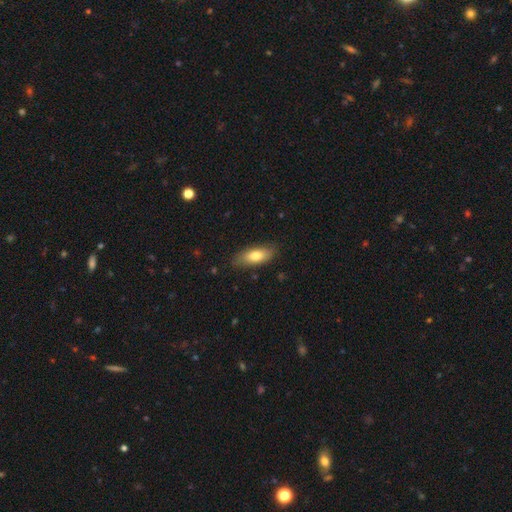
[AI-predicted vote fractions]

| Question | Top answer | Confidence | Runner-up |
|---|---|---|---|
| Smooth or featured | smooth | 78% | featured or disk (16%) |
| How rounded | in between | 76% | cigar-shaped (22%) |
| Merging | none | 83% | minor disturbance (13%) |